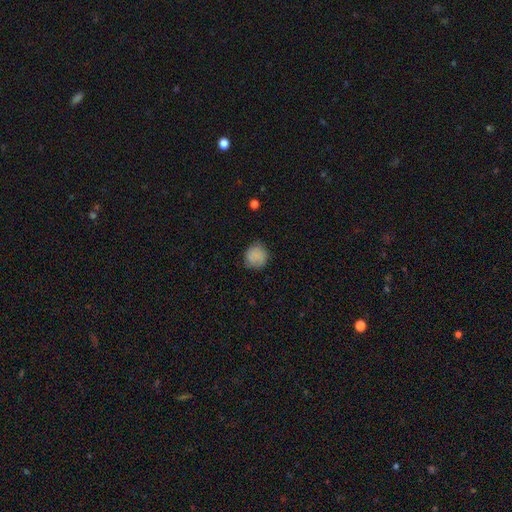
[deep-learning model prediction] Smooth or featured?
  - smooth: 84% *
  - star or artifact: 9%
  - featured or disk: 7%
How rounded?
  - round: 88% *
  - in between: 11%
  - cigar-shaped: 1%
Merging?
  - none: 77% *
  - minor disturbance: 17%
  - major disturbance: 4%
  - merger: 1%